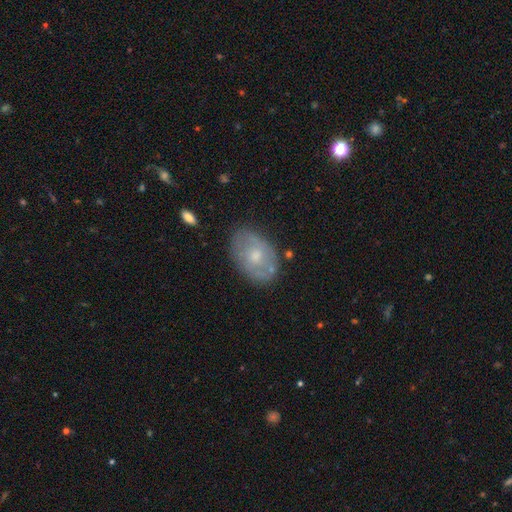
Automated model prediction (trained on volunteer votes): A featured or disk galaxy (49%).

Vote fractions:
- Smooth or featured? featured or disk: 49% / smooth: 45% / star or artifact: 7%
- Merging? none: 73% / minor disturbance: 19% / major disturbance: 5% / merger: 3%